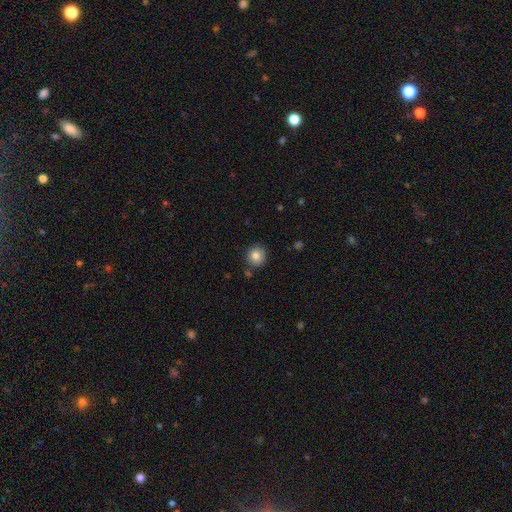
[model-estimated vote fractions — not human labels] A smooth galaxy with no disk features (83%) that is round (89%). Merging: none (85%).